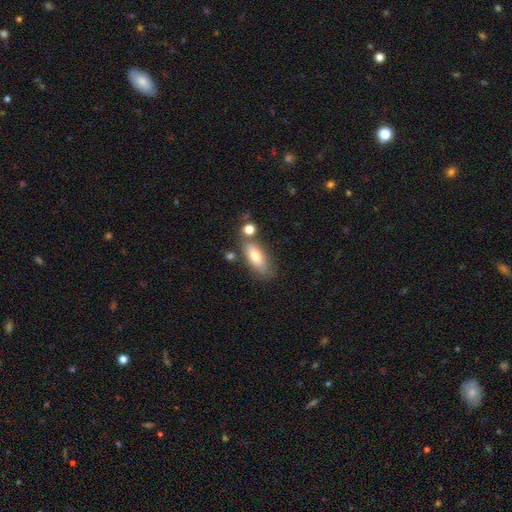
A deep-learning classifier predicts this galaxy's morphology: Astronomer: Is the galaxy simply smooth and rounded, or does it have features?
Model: smooth — 71%.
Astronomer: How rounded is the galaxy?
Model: in between — 71%.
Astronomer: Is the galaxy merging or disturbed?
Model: none — 64%.